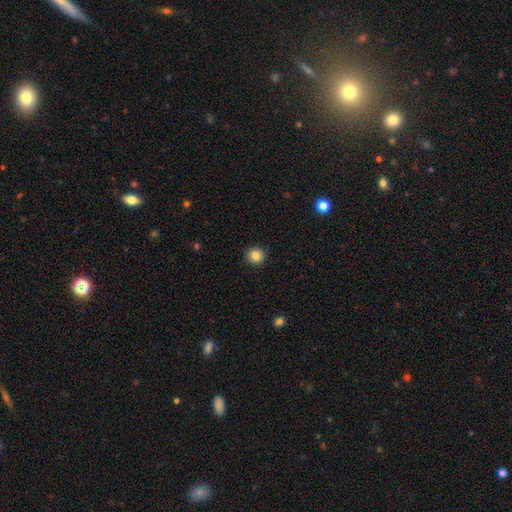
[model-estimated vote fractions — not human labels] Smooth or featured? smooth (85%)
How rounded? round (92%)
Merging? none (92%)